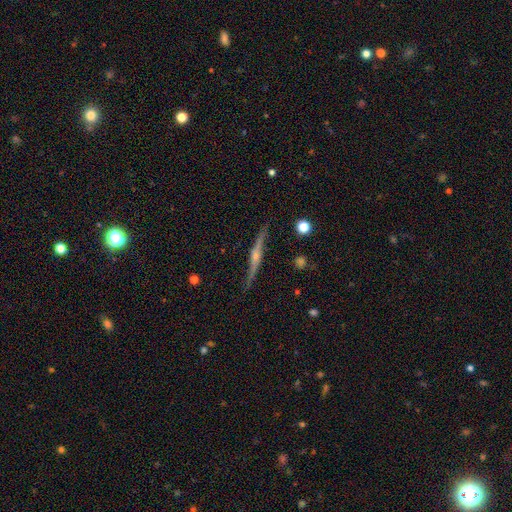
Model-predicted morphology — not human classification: Smooth or featured: featured or disk — 81% (smooth — 12%)
Edge-on disk: yes — 94% (no — 6%)
Edge-on bulge: rounded — 84% (none — 11%)
Merging: none — 80% (minor disturbance — 15%)